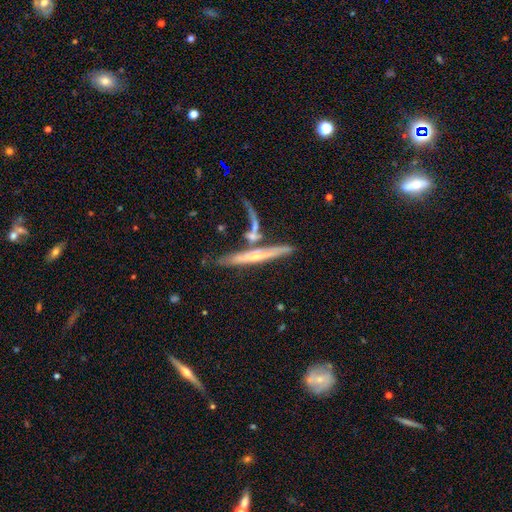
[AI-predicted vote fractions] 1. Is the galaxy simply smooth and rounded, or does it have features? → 63% featured or disk, 30% smooth, 7% star or artifact.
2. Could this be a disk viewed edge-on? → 92% yes, 8% no.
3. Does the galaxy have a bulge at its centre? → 49% rounded, 46% none, 5% boxy.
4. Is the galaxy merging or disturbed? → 63% none, 19% merger, 14% minor disturbance, 4% major disturbance.